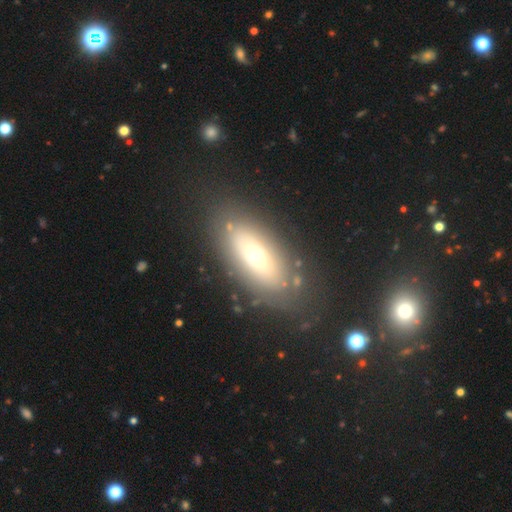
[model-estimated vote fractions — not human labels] Q: Smooth or featured?
A: featured or disk (46%); runner-up: smooth (44%)
Q: Merging?
A: none (78%); runner-up: minor disturbance (13%)